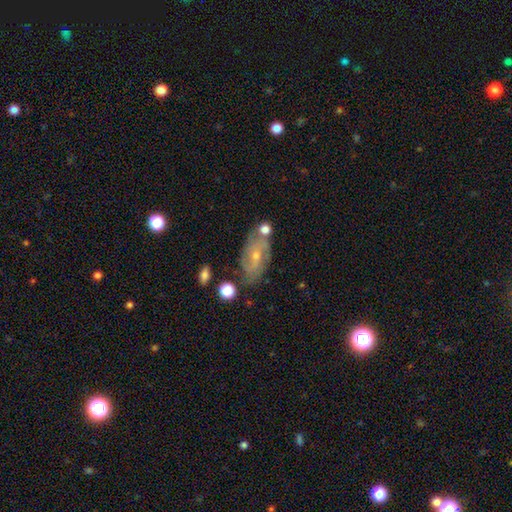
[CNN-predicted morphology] Overall: featured or disk (71%). Edge-on disk: no (93%). Bar: no (60%; weak 33%). Spiral arms: yes (88%). Spiral arm count: 2 (46%; can't tell 29%). Spiral winding: tight (43%; medium 41%). Bulge size: small (65%; moderate 31%). Merging: none (67%).